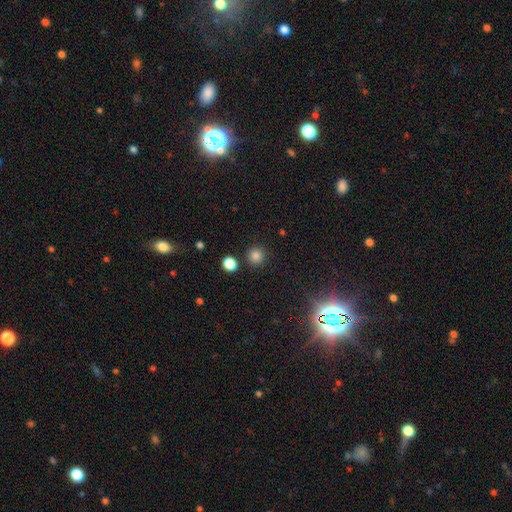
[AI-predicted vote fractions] smooth-or-featured: smooth: 82% | star or artifact: 14% | featured or disk: 4%
  how-rounded: round: 93% | in between: 6% | cigar-shaped: 1%
  merging: none: 88% | minor disturbance: 6% | merger: 3% | major disturbance: 2%